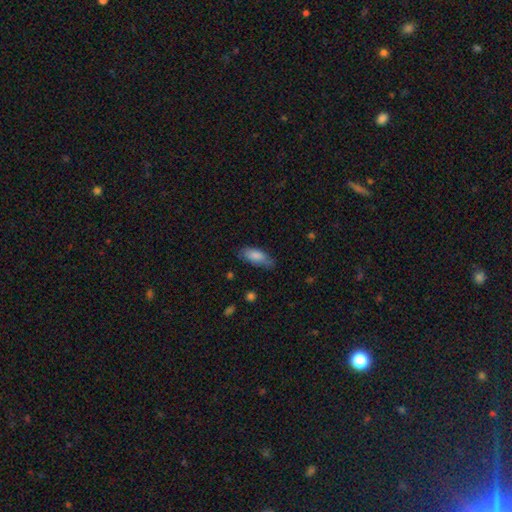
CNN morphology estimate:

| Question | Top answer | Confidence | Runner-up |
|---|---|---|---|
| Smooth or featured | smooth | 83% | featured or disk (10%) |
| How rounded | in between | 78% | cigar-shaped (20%) |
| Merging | none | 68% | minor disturbance (25%) |